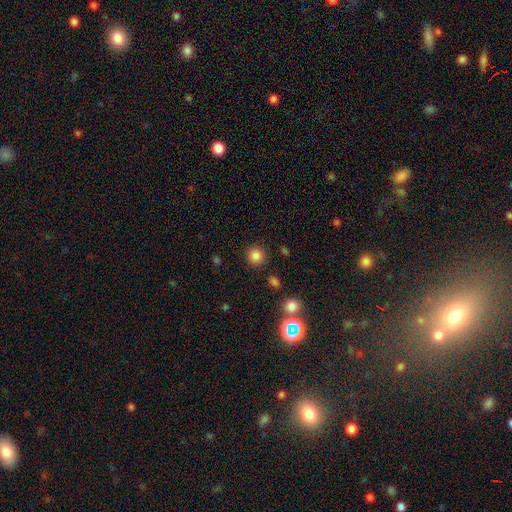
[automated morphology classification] smooth 83%, star or artifact 12%, featured or disk 4%. Down the decision tree: how rounded — round (92%); merging — none (89%).